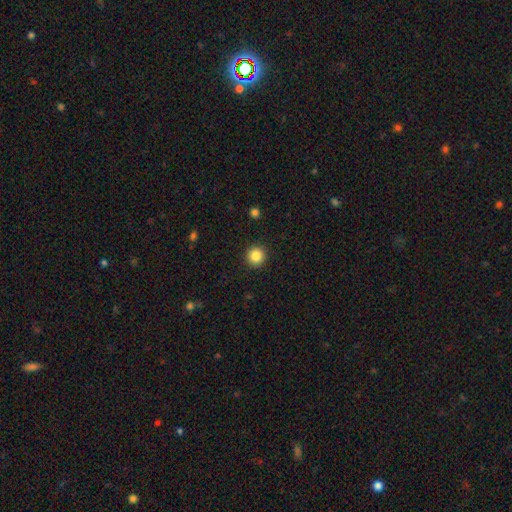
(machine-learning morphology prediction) Smooth or featured: smooth — 85% (star or artifact — 10%)
How rounded: round — 95% (in between — 4%)
Merging: none — 92% (minor disturbance — 5%)